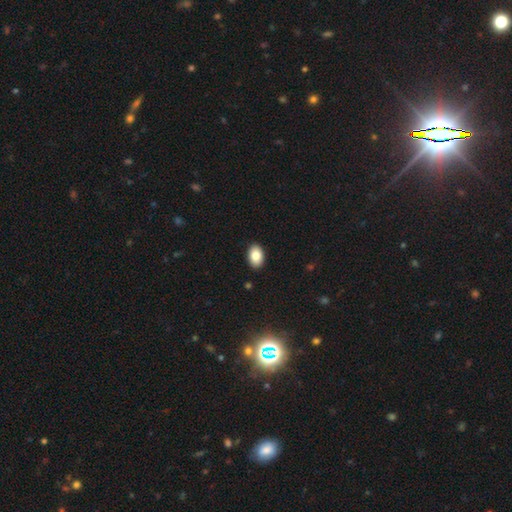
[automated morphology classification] Smooth or featured?
  - smooth: 84% *
  - featured or disk: 8%
  - star or artifact: 8%
How rounded?
  - in between: 89% *
  - round: 10%
  - cigar-shaped: 1%
Merging?
  - none: 91% *
  - minor disturbance: 7%
  - major disturbance: 2%
  - merger: 1%